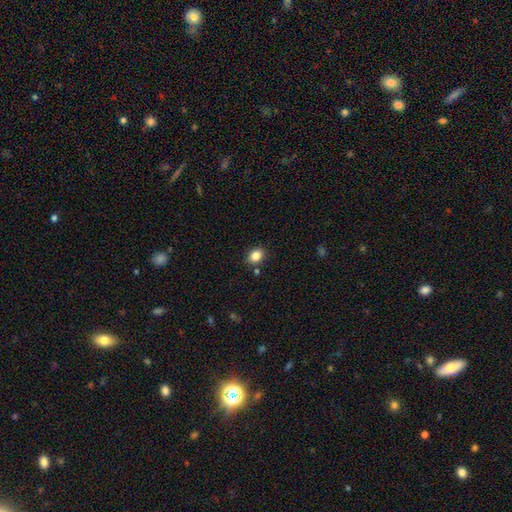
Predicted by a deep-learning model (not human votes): smooth_or_featured: smooth (p=0.84) [alt: star or artifact p=0.10]
how_rounded: in between (p=0.60) [alt: round p=0.39]
merging: none (p=0.85) [alt: minor disturbance p=0.10]